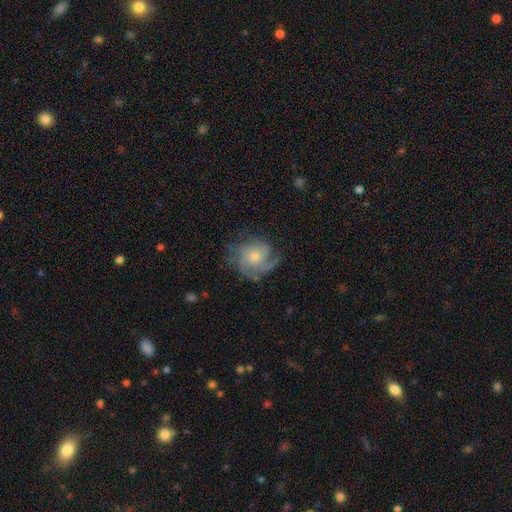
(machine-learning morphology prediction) featured or disk 78%, smooth 14%, star or artifact 7%. Down the decision tree: edge-on disk — no (98%); bar — no (79%); spiral arms — yes (94%); spiral arm count — 3 (29%, tied with can't tell); spiral winding — tight (52%); bulge size — moderate (48%); merging — none (70%).